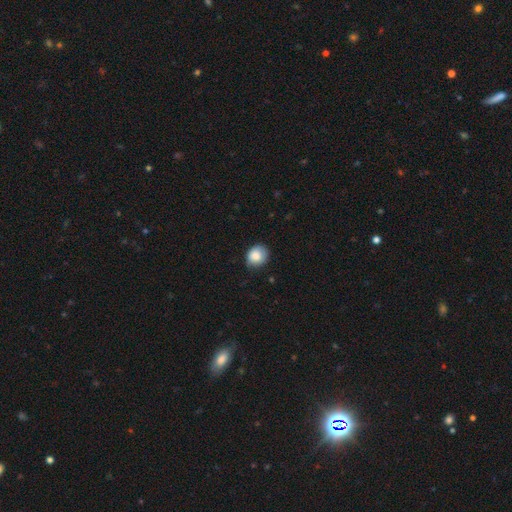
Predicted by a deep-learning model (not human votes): Q: Smooth or featured?
A: smooth (83%); runner-up: featured or disk (10%)
Q: How rounded?
A: round (63%); runner-up: in between (36%)
Q: Merging?
A: none (69%); runner-up: minor disturbance (25%)